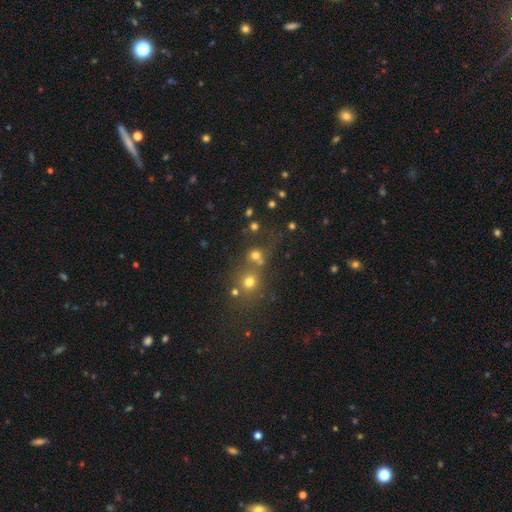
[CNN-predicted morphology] Smooth or featured: smooth — 68% (star or artifact — 22%)
How rounded: round — 86% (in between — 13%)
Merging: none — 54% (merger — 33%)